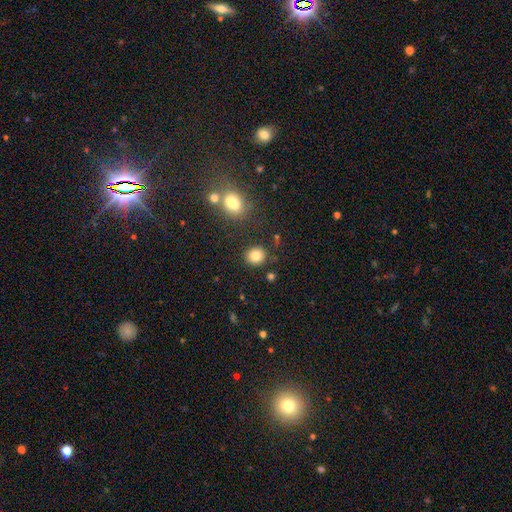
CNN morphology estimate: A smooth galaxy with no disk features (83%) that is round (80%). Merging: none (84%).